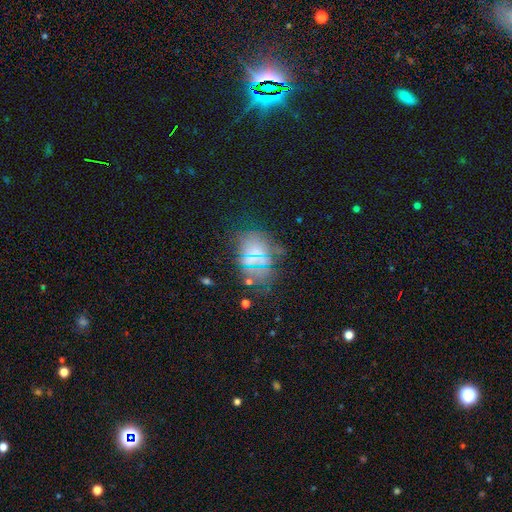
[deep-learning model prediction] A smooth galaxy with no disk features (42%).

Vote fractions:
- Smooth or featured? smooth: 42% / star or artifact: 38% / featured or disk: 19%
- Merging? none: 69% / minor disturbance: 18% / major disturbance: 9% / merger: 4%